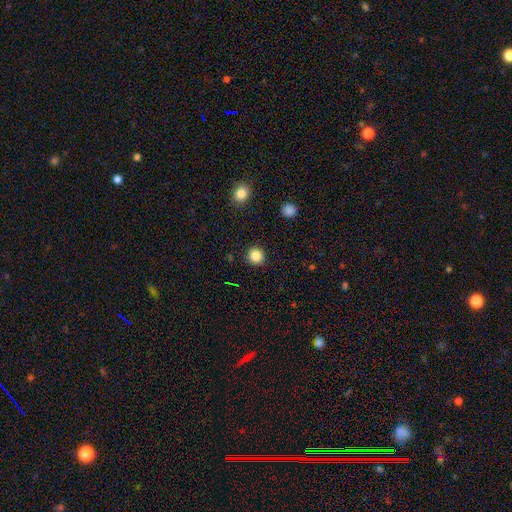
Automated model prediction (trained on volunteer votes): This is clearly a smooth galaxy (85%). How rounded: clearly round (93%). Merging: clearly none (92%).